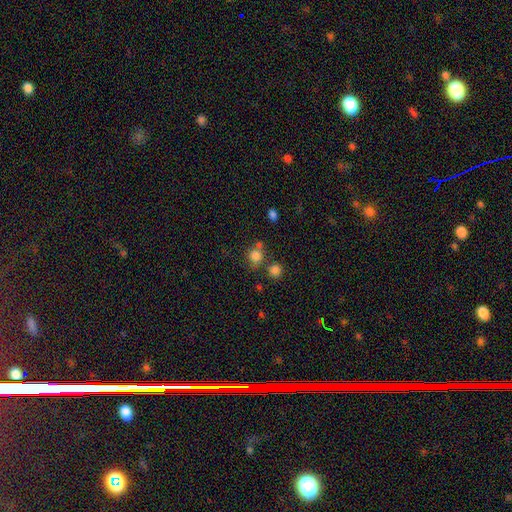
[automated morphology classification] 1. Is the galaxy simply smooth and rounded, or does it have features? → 80% smooth, 14% star or artifact, 7% featured or disk.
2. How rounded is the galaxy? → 82% round, 17% in between, 1% cigar-shaped.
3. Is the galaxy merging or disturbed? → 62% none, 20% merger, 12% minor disturbance, 5% major disturbance.